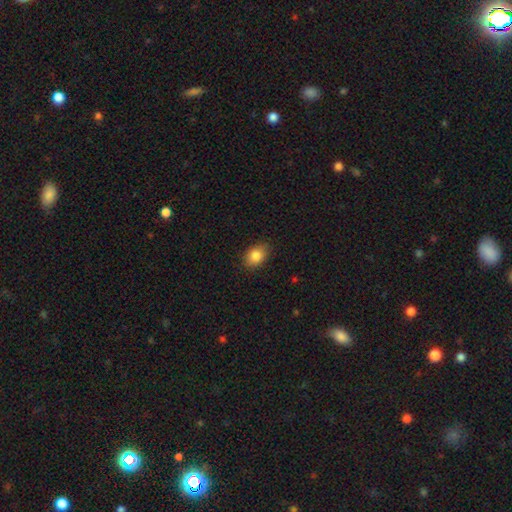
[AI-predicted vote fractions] Smooth or featured? Predicted: smooth (p=0.85). How rounded? Predicted: in between (p=0.70). Merging? Predicted: none (p=0.84).